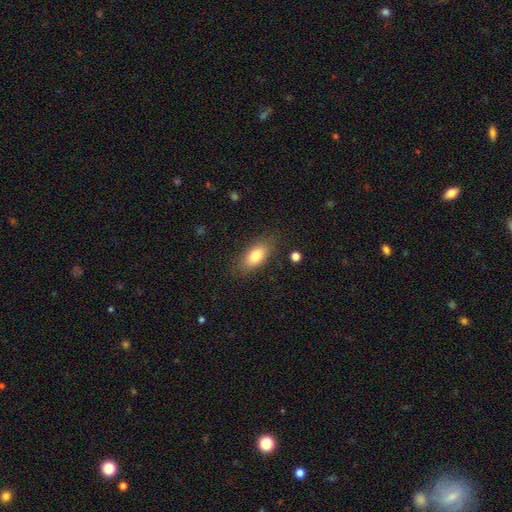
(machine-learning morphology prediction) A smooth galaxy with no disk features (80%) that is in between round and cigar-shaped (87%). Merging: none (82%).